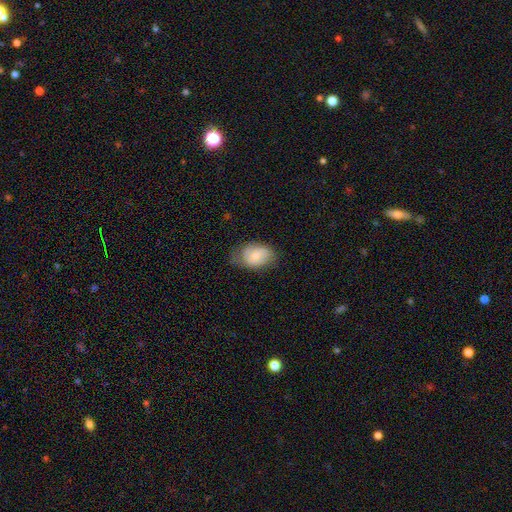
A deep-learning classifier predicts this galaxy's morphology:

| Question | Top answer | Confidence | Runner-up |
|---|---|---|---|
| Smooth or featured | smooth | 66% | featured or disk (27%) |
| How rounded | in between | 80% | round (18%) |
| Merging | none | 55% | minor disturbance (33%) |